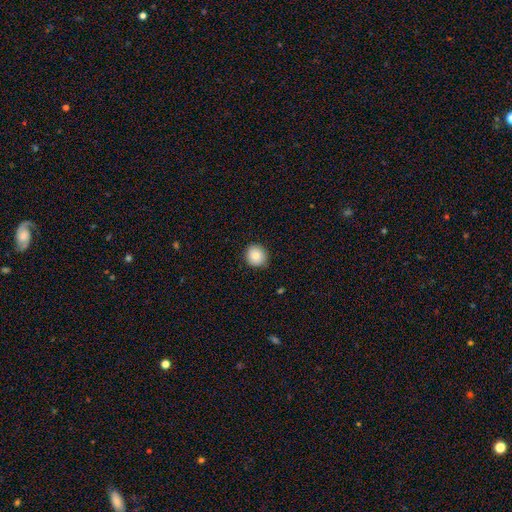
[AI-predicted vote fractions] Smooth or featured?
  - smooth: 85% *
  - star or artifact: 8%
  - featured or disk: 7%
How rounded?
  - round: 84% *
  - in between: 15%
  - cigar-shaped: 1%
Merging?
  - none: 87% *
  - minor disturbance: 10%
  - major disturbance: 2%
  - merger: 1%